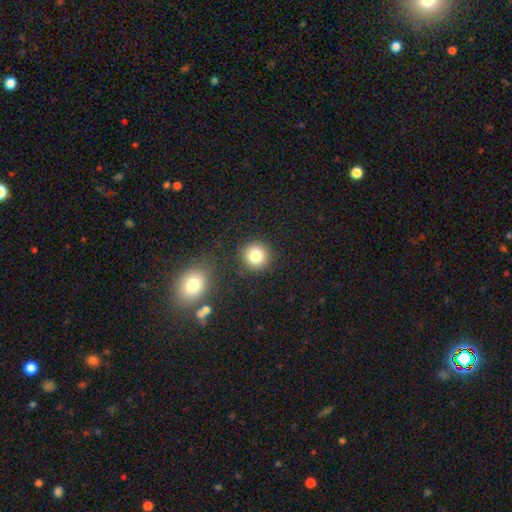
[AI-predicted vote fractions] A smooth galaxy with no disk features (83%) that is round (92%).

Vote fractions:
- Smooth or featured? smooth: 83% / star or artifact: 11% / featured or disk: 7%
- How rounded? round: 92% / in between: 7% / cigar-shaped: 1%
- Merging? none: 85% / minor disturbance: 8% / merger: 4% / major disturbance: 3%